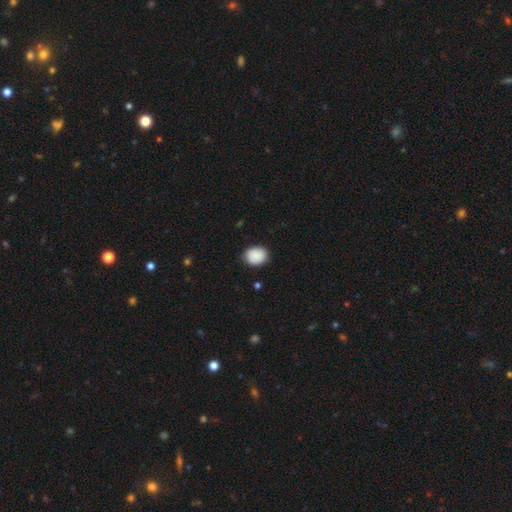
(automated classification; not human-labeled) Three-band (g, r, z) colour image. It shows a smooth galaxy with no disk features (90%) that is round (50%). Merging: none (84%).